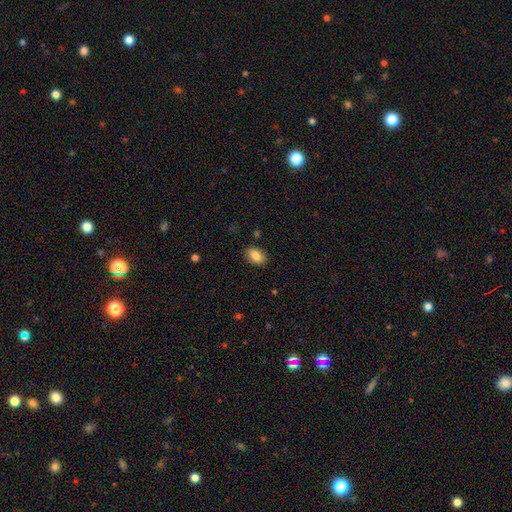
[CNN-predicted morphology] smooth-or-featured: smooth: 85% | star or artifact: 8% | featured or disk: 7%
  how-rounded: in between: 87% | round: 11% | cigar-shaped: 1%
  merging: none: 87% | minor disturbance: 9% | major disturbance: 2% | merger: 1%